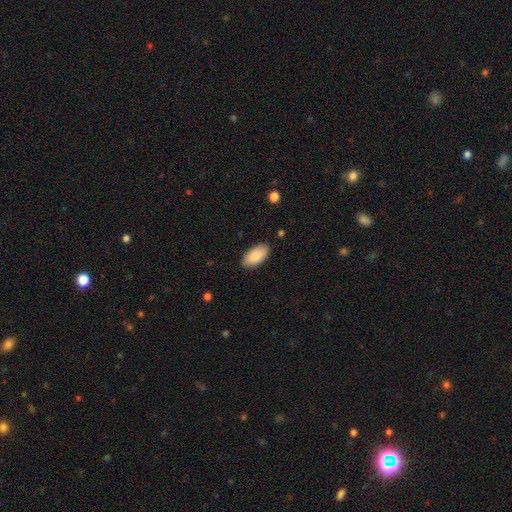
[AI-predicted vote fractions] This is clearly a smooth galaxy (88%). How rounded: clearly in between (95%). Merging: clearly none (87%).